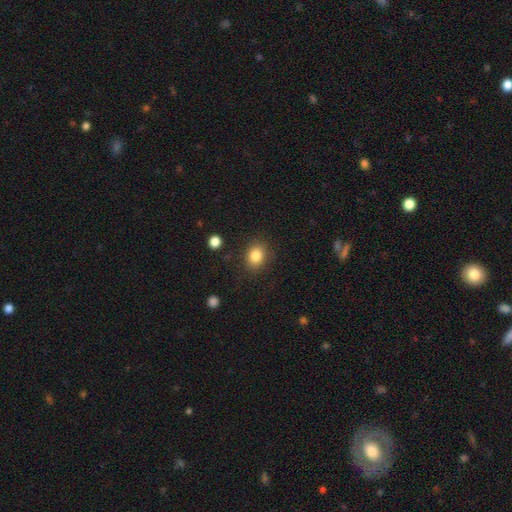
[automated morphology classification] Smooth or featured? smooth (84%)
How rounded? round (54%)
Merging? none (84%)